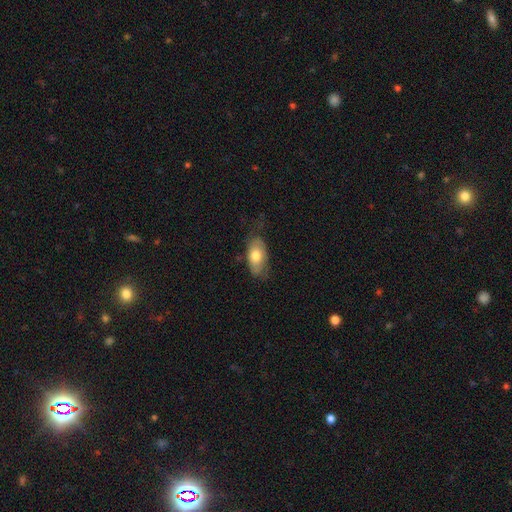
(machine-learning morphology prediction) smooth 67%, featured or disk 27%, star or artifact 6%. Down the decision tree: how rounded — in between (91%); merging — none (58%).